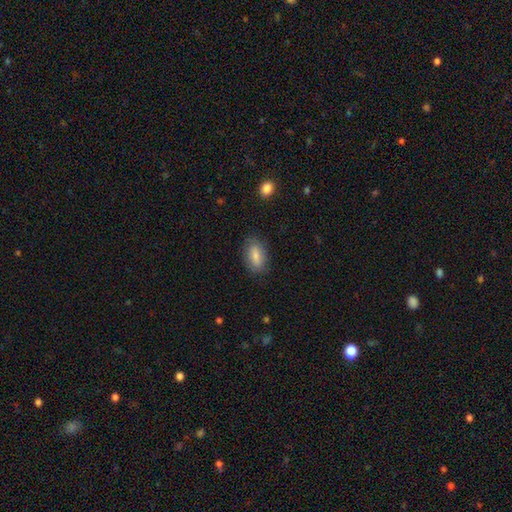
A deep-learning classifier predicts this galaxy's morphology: Smooth or featured? Predicted: smooth (p=0.80). How rounded? Predicted: in between (p=0.90). Merging? Predicted: none (p=0.83).